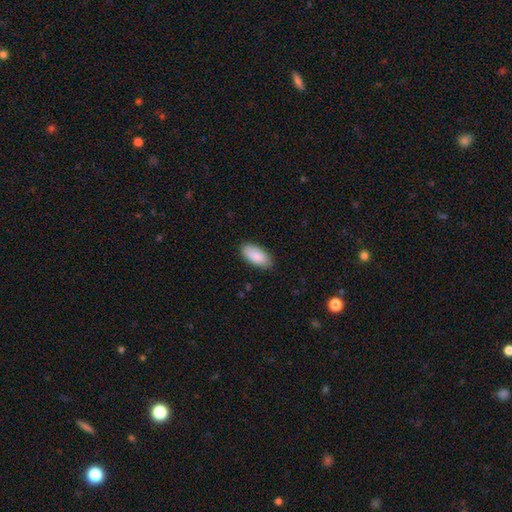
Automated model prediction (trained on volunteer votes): Smooth or featured? Predicted: smooth (p=0.89). How rounded? Predicted: in between (p=0.92). Merging? Predicted: none (p=0.85).